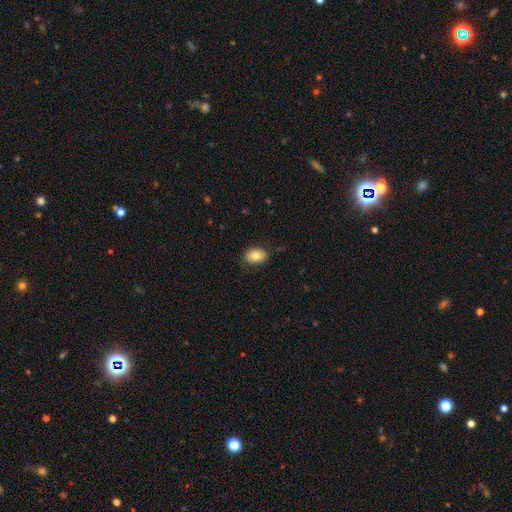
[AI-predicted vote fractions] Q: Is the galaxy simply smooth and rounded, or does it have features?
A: smooth — 80%.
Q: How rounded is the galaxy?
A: in between — 80%.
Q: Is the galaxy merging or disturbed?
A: none — 81%.